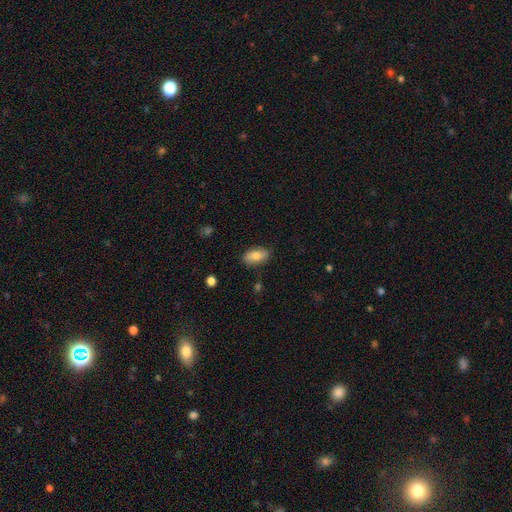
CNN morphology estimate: Q: Smooth or featured?
A: smooth (79%); runner-up: featured or disk (14%)
Q: How rounded?
A: in between (90%); runner-up: cigar-shaped (6%)
Q: Merging?
A: none (82%); runner-up: minor disturbance (14%)